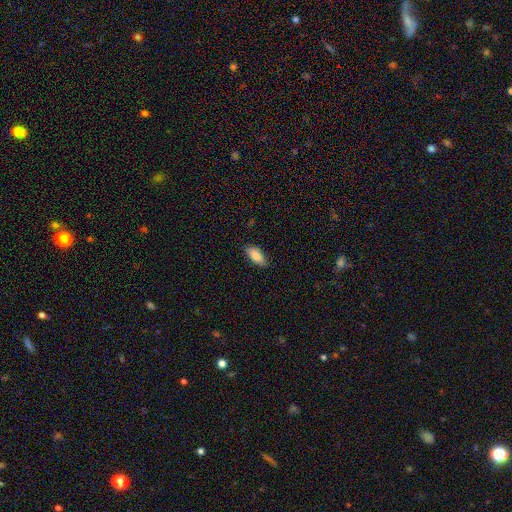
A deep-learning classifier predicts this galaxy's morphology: This appears to be a smooth galaxy with no disk features (82%) that is in between round and cigar-shaped (87%). Merging: none (85%).